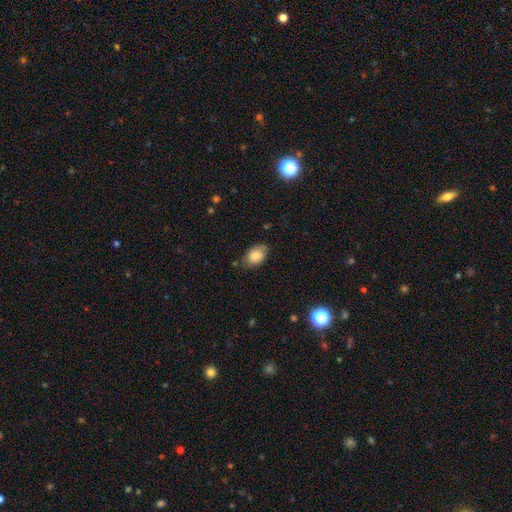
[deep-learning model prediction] Smooth or featured? Predicted: smooth (p=0.80). How rounded? Predicted: in between (p=0.86). Merging? Predicted: none (p=0.74).